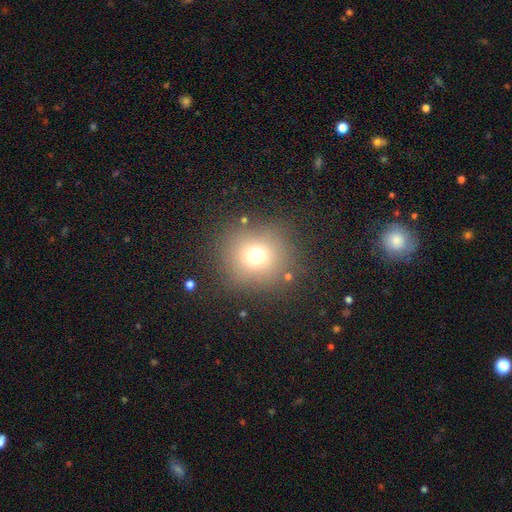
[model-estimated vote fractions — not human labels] smooth-or-featured: smooth: 70% | star or artifact: 19% | featured or disk: 11%
  how-rounded: round: 89% | in between: 10% | cigar-shaped: 1%
  merging: none: 84% | minor disturbance: 9% | major disturbance: 5% | merger: 2%